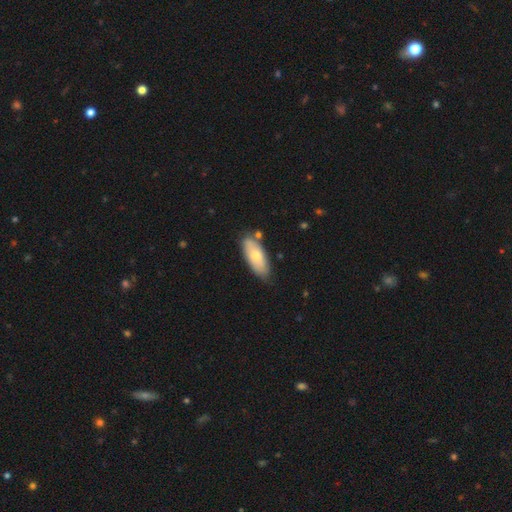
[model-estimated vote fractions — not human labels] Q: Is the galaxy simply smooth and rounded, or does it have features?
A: smooth — 68%.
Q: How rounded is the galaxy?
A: in between — 78%.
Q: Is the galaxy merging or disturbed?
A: none — 73%.